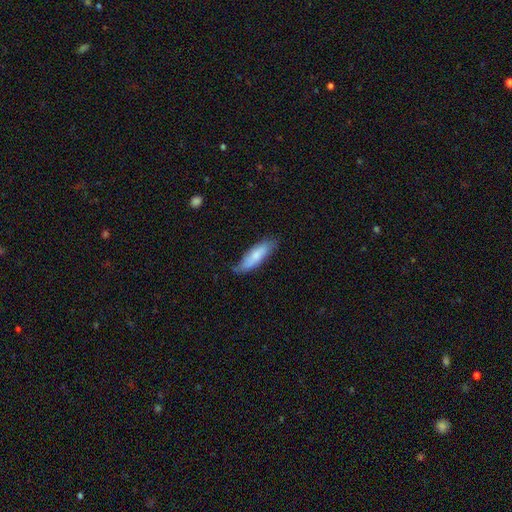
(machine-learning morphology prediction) smooth_or_featured: smooth (p=0.74) [alt: featured or disk p=0.21]
how_rounded: cigar-shaped (p=0.53) [alt: in between p=0.45]
merging: none (p=0.68) [alt: minor disturbance p=0.26]